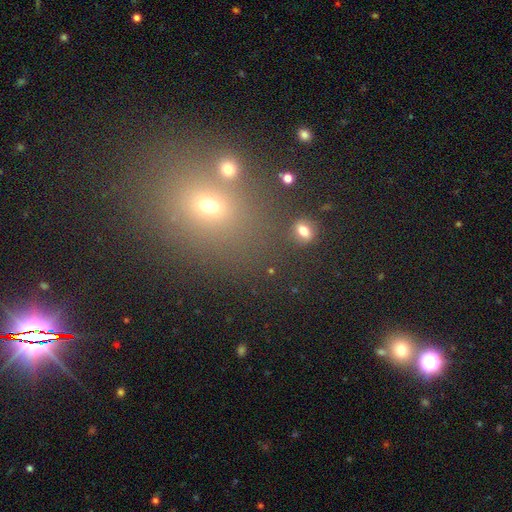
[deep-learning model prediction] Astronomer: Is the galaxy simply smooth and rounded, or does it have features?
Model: smooth — 50% (runner-up: star or artifact, 37%).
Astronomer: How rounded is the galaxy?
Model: in between — 51% (runner-up: round, 48%).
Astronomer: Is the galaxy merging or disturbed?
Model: none — 77%.